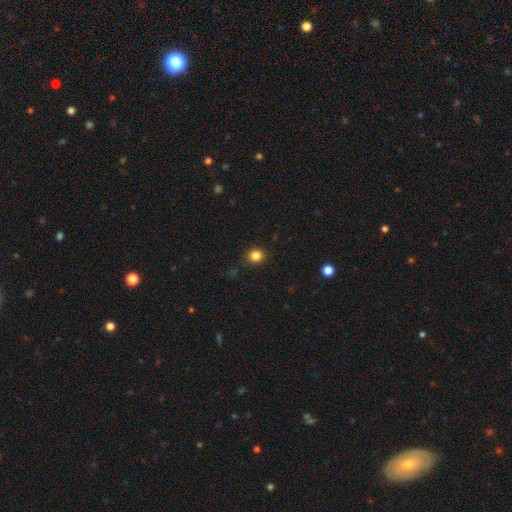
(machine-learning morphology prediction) This is clearly a smooth galaxy (84%). How rounded: likely round (77%). Merging: clearly none (90%).